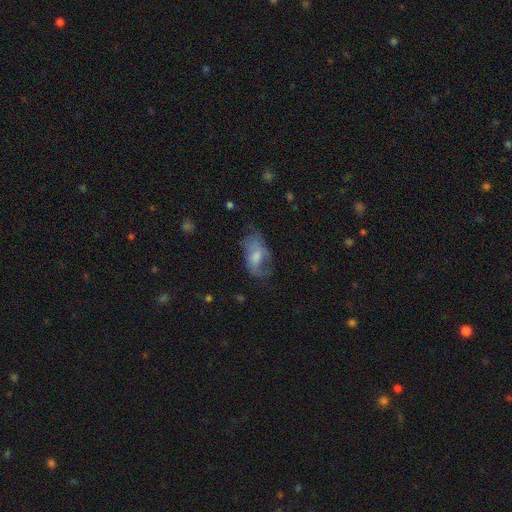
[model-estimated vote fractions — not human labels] A smooth galaxy with no disk features (51%) that is in between round and cigar-shaped (89%). Merging: none (39%).